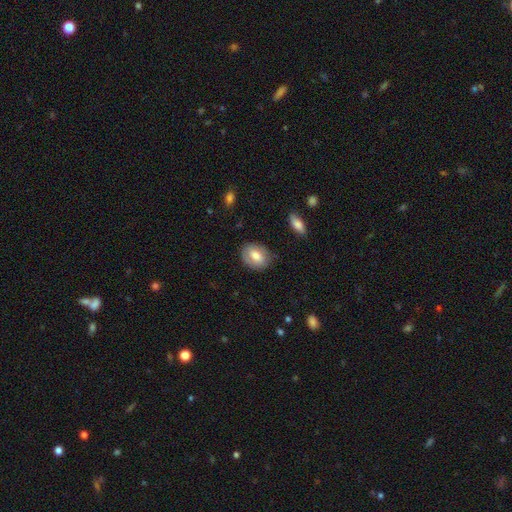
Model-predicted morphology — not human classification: Smooth or featured? smooth (72%)
How rounded? in between (67%)
Merging? none (80%)